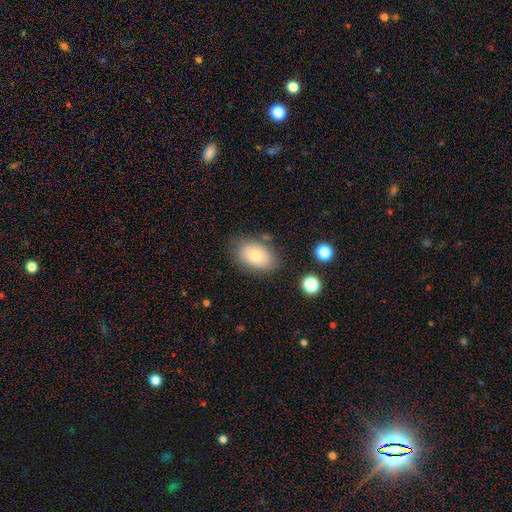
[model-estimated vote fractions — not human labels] smooth-or-featured: smooth: 76% | featured or disk: 16% | star or artifact: 9%
  how-rounded: in between: 85% | round: 14% | cigar-shaped: 1%
  merging: none: 77% | minor disturbance: 15% | major disturbance: 4% | merger: 3%